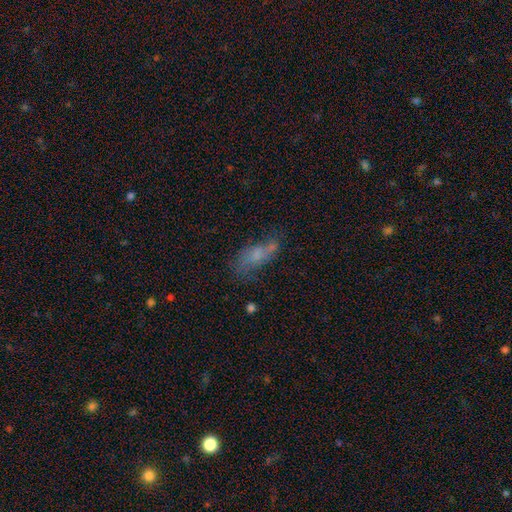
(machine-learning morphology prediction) This appears to be a smooth galaxy with no disk features (59%) that is in between round and cigar-shaped (73%). Merging: none (40%).